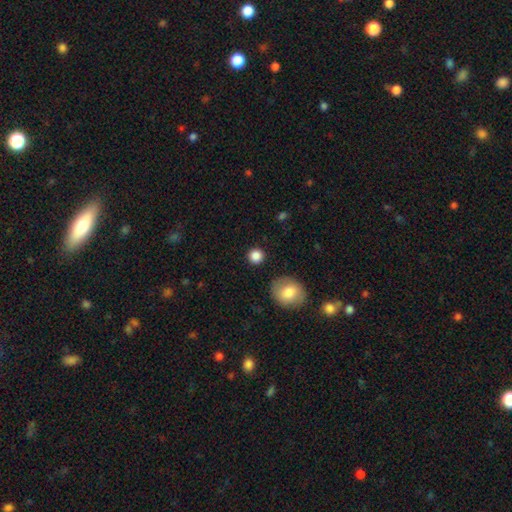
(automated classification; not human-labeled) Smooth or featured: smooth — 86% (star or artifact — 10%)
How rounded: round — 92% (in between — 7%)
Merging: none — 89% (minor disturbance — 7%)